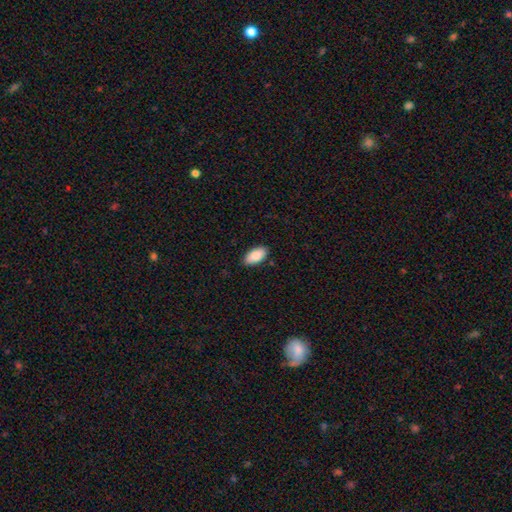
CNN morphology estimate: Smooth or featured? smooth (89%)
How rounded? in between (94%)
Merging? none (88%)